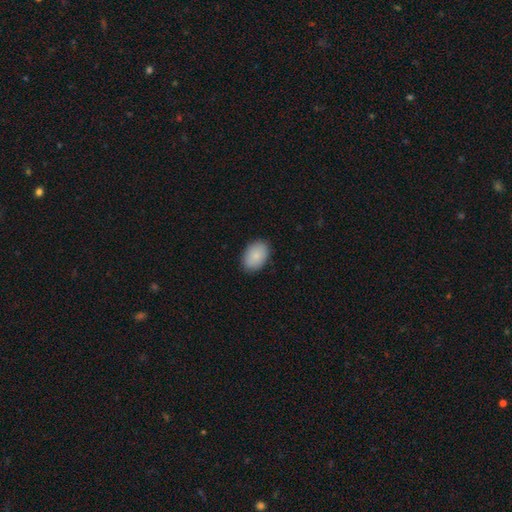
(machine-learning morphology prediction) A smooth galaxy with no disk features (87%) that is in between round and cigar-shaped (87%). Merging: none (87%).